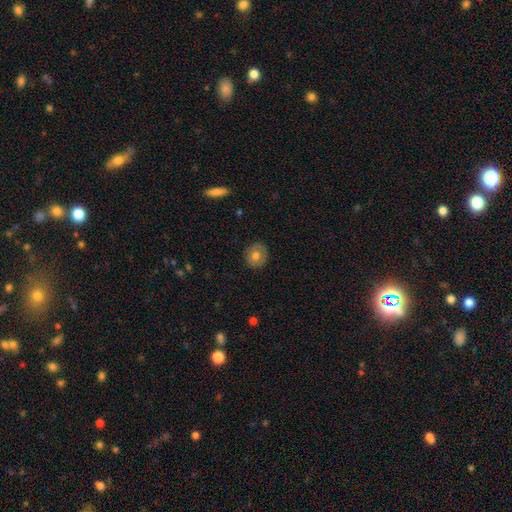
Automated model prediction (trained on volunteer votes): smooth-or-featured: smooth: 69% | featured or disk: 22% | star or artifact: 8%
  how-rounded: round: 86% | in between: 14% | cigar-shaped: 1%
  merging: none: 87% | minor disturbance: 9% | major disturbance: 2% | merger: 1%